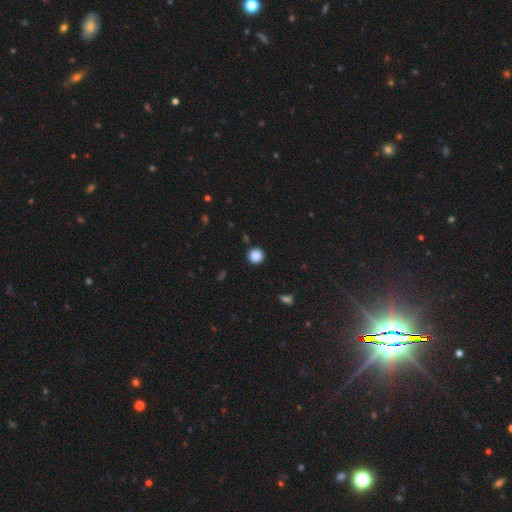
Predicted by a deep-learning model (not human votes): smooth 87%, star or artifact 10%, featured or disk 3%. Down the decision tree: how rounded — round (95%); merging — none (90%).